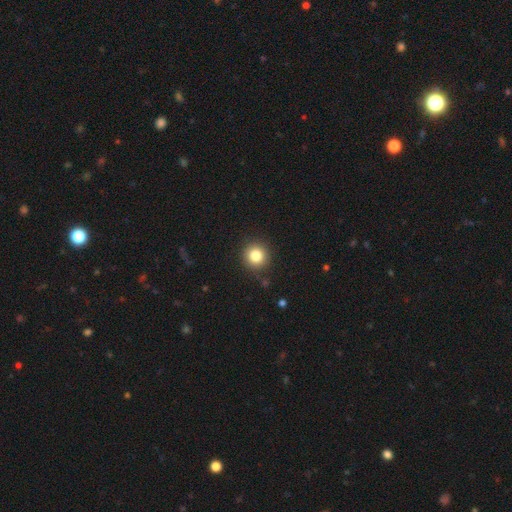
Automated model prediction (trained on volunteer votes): smooth-or-featured: smooth: 83% | star or artifact: 11% | featured or disk: 6%
  how-rounded: round: 94% | in between: 5% | cigar-shaped: 1%
  merging: none: 90% | minor disturbance: 7% | major disturbance: 2% | merger: 1%